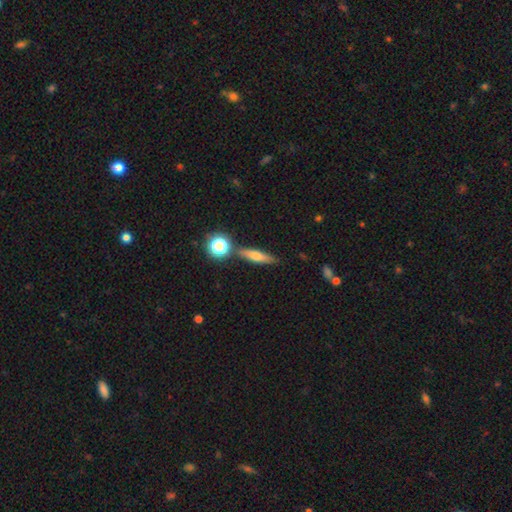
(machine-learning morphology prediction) Q: Smooth or featured?
A: smooth (52%); runner-up: featured or disk (36%)
Q: How rounded?
A: cigar-shaped (71%); runner-up: in between (22%)
Q: Merging?
A: none (80%); runner-up: minor disturbance (10%)